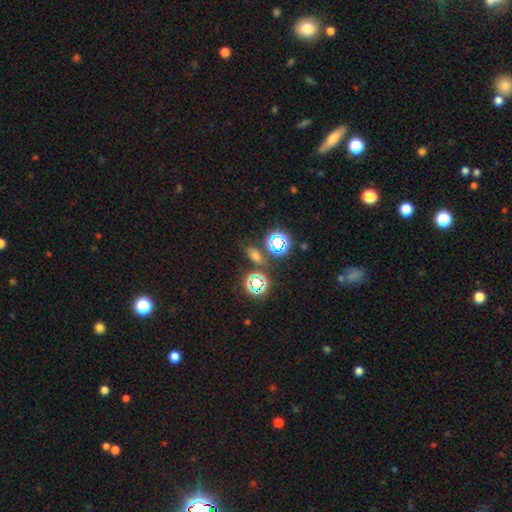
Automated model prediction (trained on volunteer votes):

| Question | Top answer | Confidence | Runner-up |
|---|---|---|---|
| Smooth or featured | smooth | 52% | star or artifact (38%) |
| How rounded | in between | 66% | round (29%) |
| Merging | none | 72% | minor disturbance (12%) |